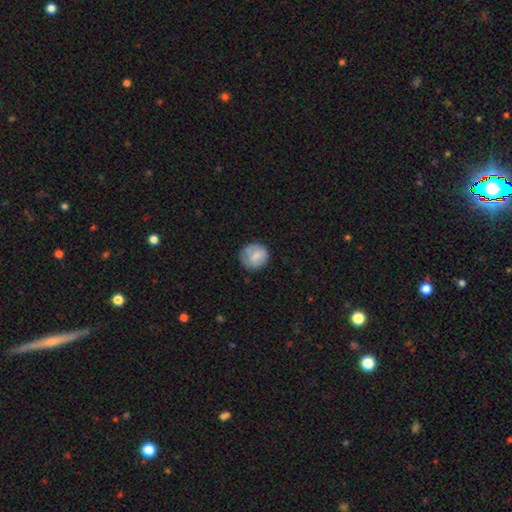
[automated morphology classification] smooth_or_featured: smooth (p=0.75) [alt: featured or disk p=0.18]
how_rounded: round (p=0.89) [alt: in between p=0.10]
merging: none (p=0.77) [alt: minor disturbance p=0.17]